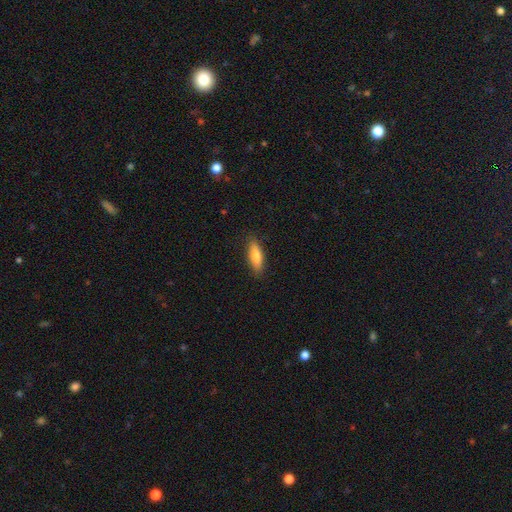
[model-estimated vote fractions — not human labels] A smooth galaxy with no disk features (78%) that is in between round and cigar-shaped (50%).

Vote fractions:
- Smooth or featured? smooth: 78% / featured or disk: 16% / star or artifact: 6%
- How rounded? in between: 50% / cigar-shaped: 48% / round: 2%
- Merging? none: 86% / minor disturbance: 11% / major disturbance: 2% / merger: 1%